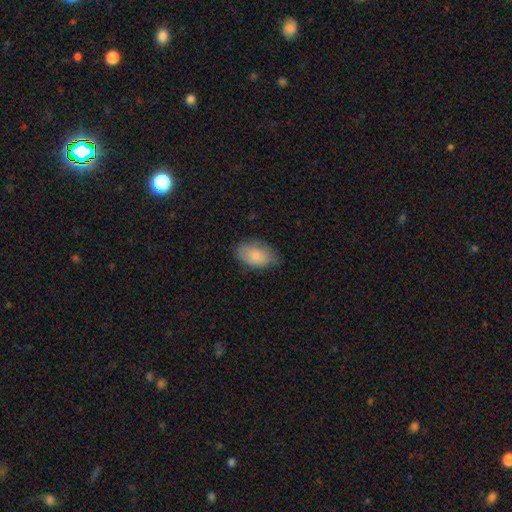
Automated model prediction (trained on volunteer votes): smooth-or-featured: smooth: 82% | featured or disk: 11% | star or artifact: 7%
  how-rounded: in between: 90% | round: 9% | cigar-shaped: 1%
  merging: none: 69% | minor disturbance: 24% | major disturbance: 5% | merger: 1%